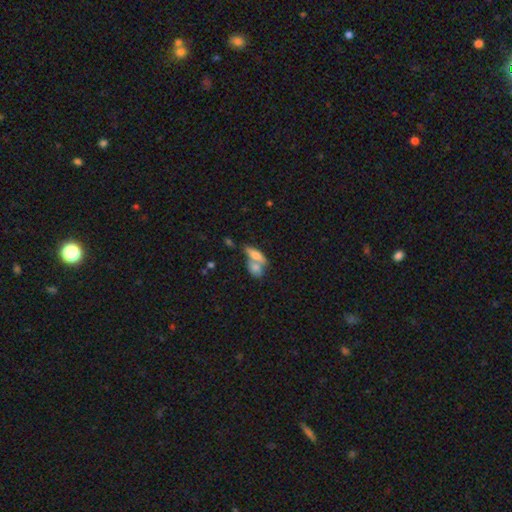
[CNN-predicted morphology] This appears to be a smooth galaxy with no disk features (62%) that is in between round and cigar-shaped (64%). Merging: merger (57%).